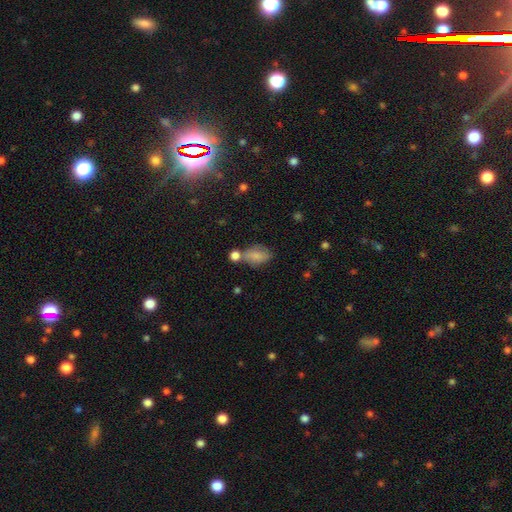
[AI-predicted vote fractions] A smooth galaxy with no disk features (78%) that is in between round and cigar-shaped (84%). Merging: none (45%).